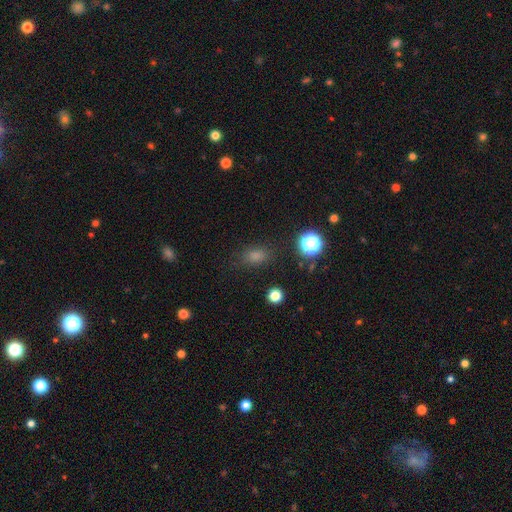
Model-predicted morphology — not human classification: Overall: smooth (70%). How rounded: in between (70%). Merging: none (81%).